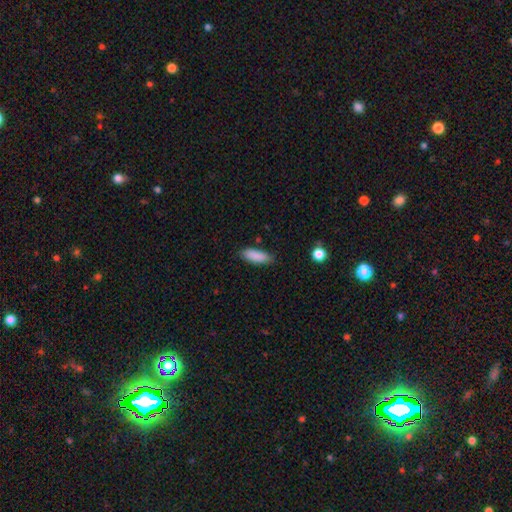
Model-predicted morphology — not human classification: type=smooth (88%); roundness=in between (61%); merging=none (82%).